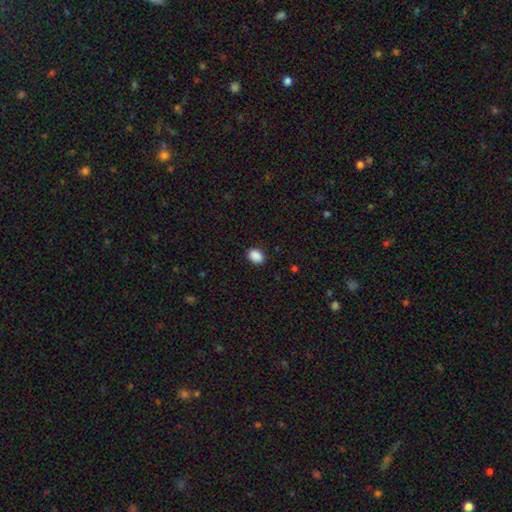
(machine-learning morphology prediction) Smooth or featured?
  - smooth: 90% *
  - star or artifact: 8%
  - featured or disk: 2%
How rounded?
  - in between: 80% *
  - round: 19%
  - cigar-shaped: 1%
Merging?
  - none: 88% *
  - minor disturbance: 9%
  - major disturbance: 2%
  - merger: 1%